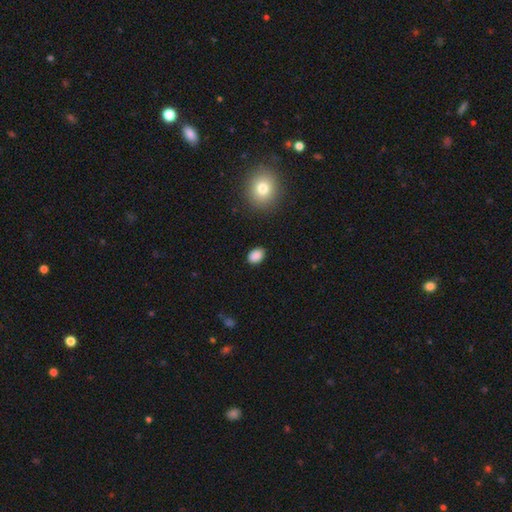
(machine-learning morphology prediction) smooth 87%, star or artifact 9%, featured or disk 3%. Down the decision tree: how rounded — in between (77%); merging — none (86%).